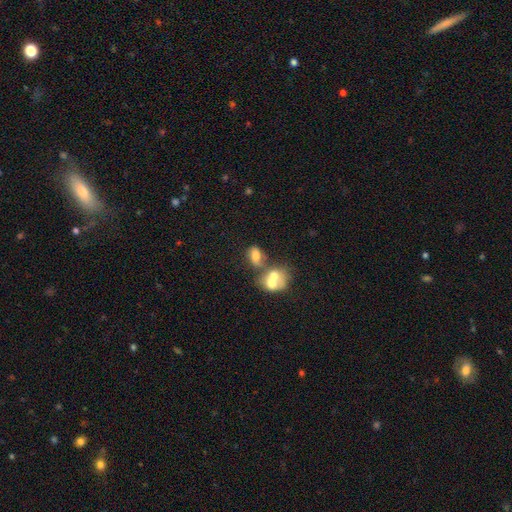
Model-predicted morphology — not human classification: Smooth or featured?
  - smooth: 65% *
  - featured or disk: 24%
  - star or artifact: 11%
How rounded?
  - in between: 68% *
  - round: 30%
  - cigar-shaped: 2%
Merging?
  - merger: 53% *
  - none: 28%
  - minor disturbance: 11%
  - major disturbance: 7%